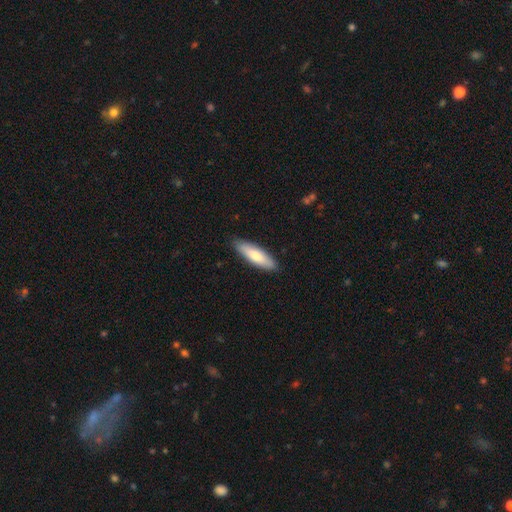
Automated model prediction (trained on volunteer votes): The model was most divided on "how rounded": cigar-shaped: 58%, in between: 41%, round: 2%. More confident: merging — none (87%); smooth or featured — smooth (71%).